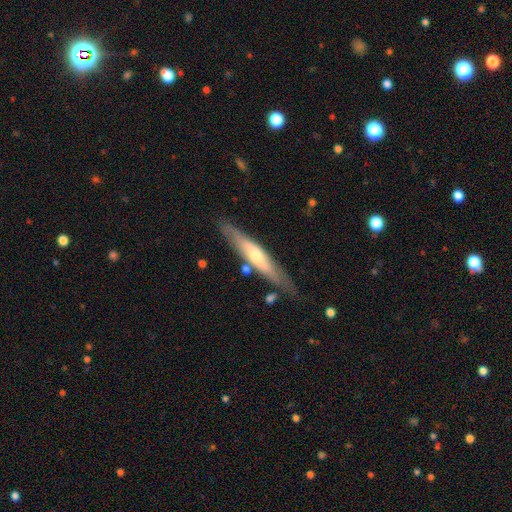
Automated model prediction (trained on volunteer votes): Smooth or featured: featured or disk — 56% (smooth — 38%)
Edge-on disk: yes — 78% (no — 22%)
Merging: none — 77% (minor disturbance — 15%)